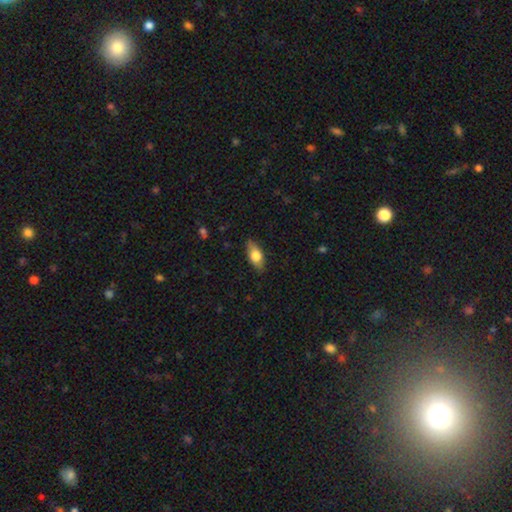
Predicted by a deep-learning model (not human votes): Overall: smooth (71%). How rounded: in between (82%). Merging: none (84%).